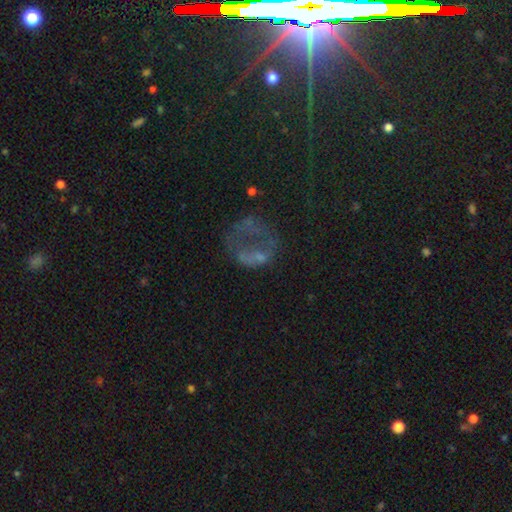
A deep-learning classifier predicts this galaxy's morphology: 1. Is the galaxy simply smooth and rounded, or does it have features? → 46% featured or disk, 31% smooth, 23% star or artifact.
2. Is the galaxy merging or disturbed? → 46% major disturbance, 31% none, 15% minor disturbance, 7% merger.